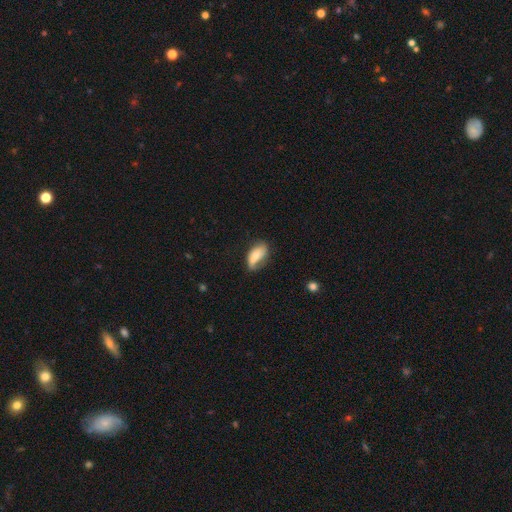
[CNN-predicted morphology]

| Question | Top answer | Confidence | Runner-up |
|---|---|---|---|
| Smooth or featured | smooth | 66% | featured or disk (27%) |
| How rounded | in between | 90% | cigar-shaped (7%) |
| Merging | none | 48% | minor disturbance (34%) |